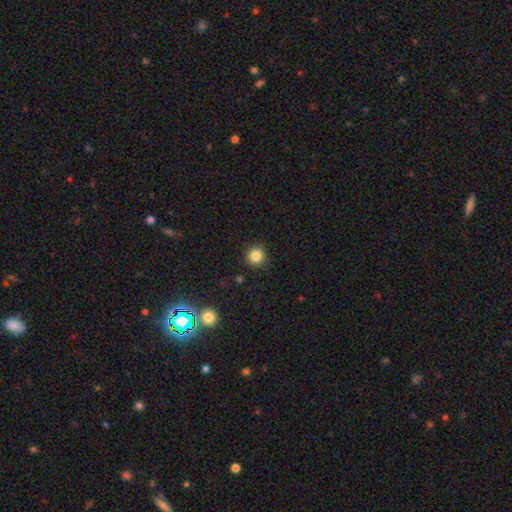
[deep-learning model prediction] A smooth galaxy with no disk features (84%) that is round (92%). Merging: none (89%).